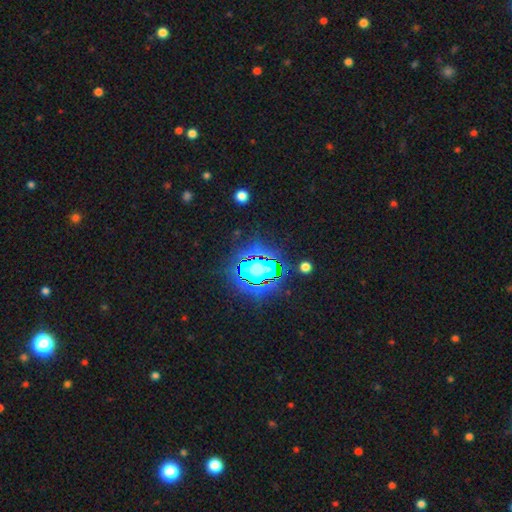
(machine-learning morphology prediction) smooth-or-featured: star or artifact: 74% | smooth: 15% | featured or disk: 10%